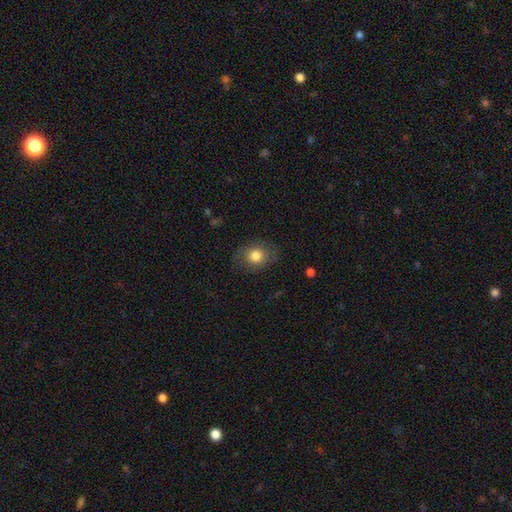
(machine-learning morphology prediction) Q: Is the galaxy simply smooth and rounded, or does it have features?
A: smooth — 79%.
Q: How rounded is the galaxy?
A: round — 56%.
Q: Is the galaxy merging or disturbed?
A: none — 78%.